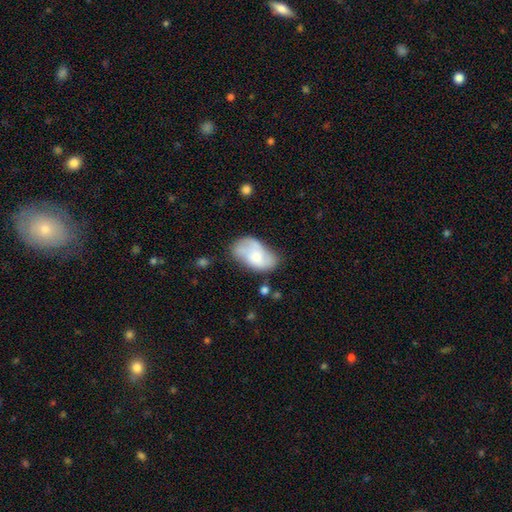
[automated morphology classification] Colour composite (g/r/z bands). It shows a smooth galaxy with no disk features (54%) that is in between round and cigar-shaped (92%). Merging: none (42%).